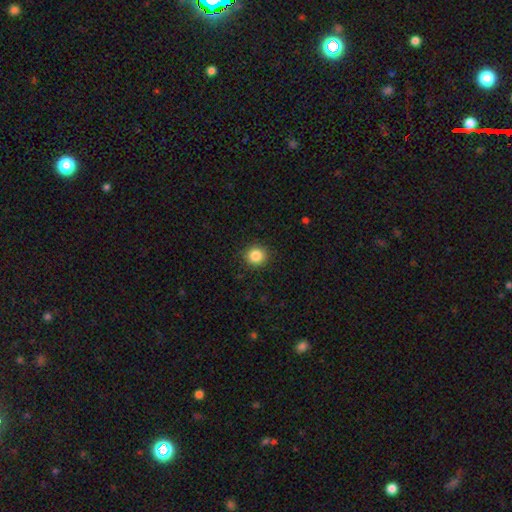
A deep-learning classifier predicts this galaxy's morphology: This appears to be a smooth galaxy with no disk features (86%) that is round (90%). Merging: none (91%).